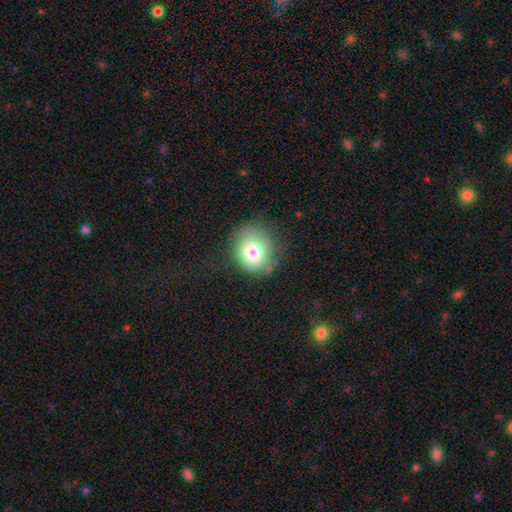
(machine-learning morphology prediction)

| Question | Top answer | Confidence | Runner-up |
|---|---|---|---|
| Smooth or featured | smooth | 76% | featured or disk (13%) |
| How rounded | round | 74% | in between (25%) |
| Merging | none | 70% | minor disturbance (20%) |